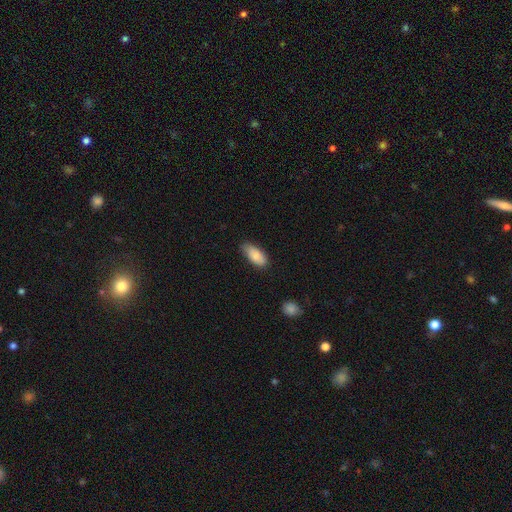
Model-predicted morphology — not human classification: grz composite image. It shows a smooth galaxy with no disk features (85%) that is in between round and cigar-shaped (89%). Merging: none (75%).